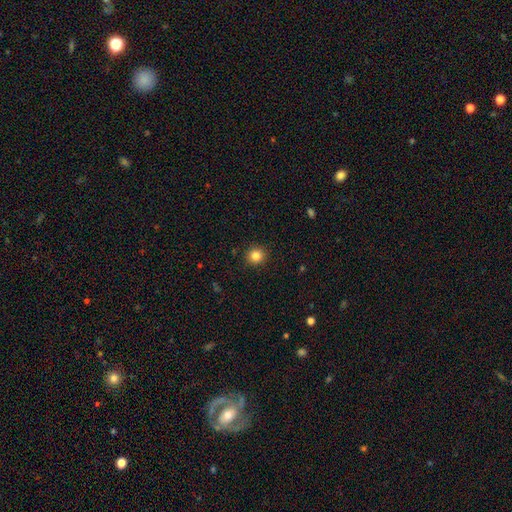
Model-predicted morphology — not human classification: A smooth galaxy with no disk features (84%) that is round (92%). Merging: none (91%).